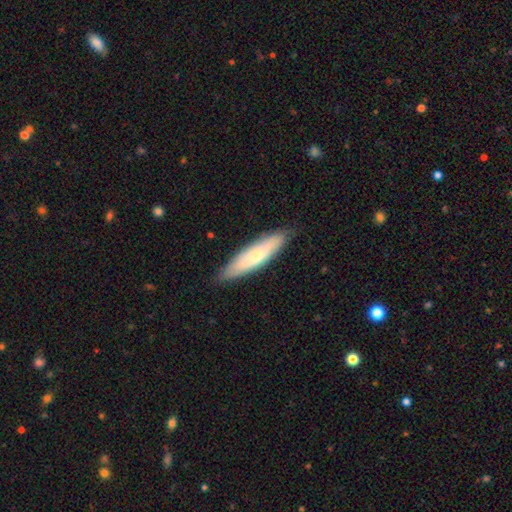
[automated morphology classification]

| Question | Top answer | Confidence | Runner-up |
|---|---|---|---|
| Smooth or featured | smooth | 67% | featured or disk (28%) |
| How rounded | cigar-shaped | 76% | in between (23%) |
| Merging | none | 85% | minor disturbance (12%) |